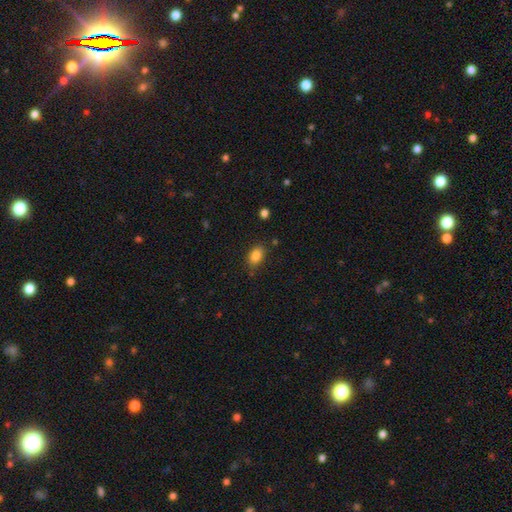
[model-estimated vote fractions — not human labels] Smooth or featured: smooth — 85% (star or artifact — 9%)
How rounded: in between — 84% (round — 14%)
Merging: none — 82% (minor disturbance — 13%)